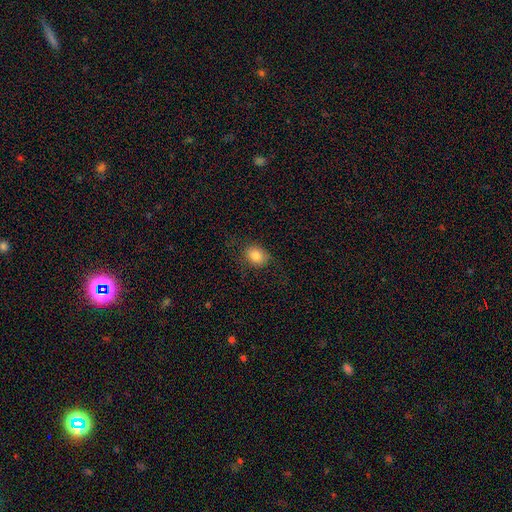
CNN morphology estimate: The model was most divided on "how rounded": round: 50%, in between: 49%, cigar-shaped: 1%. More confident: smooth or featured — smooth (83%); merging — none (77%).